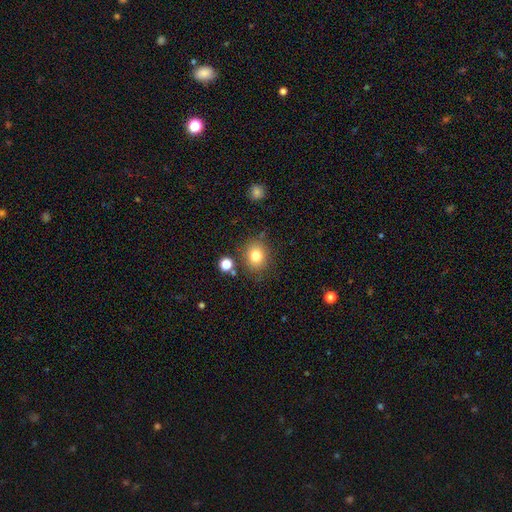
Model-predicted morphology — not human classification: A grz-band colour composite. It shows a smooth galaxy with no disk features (79%) that is round (70%). Merging: none (79%).